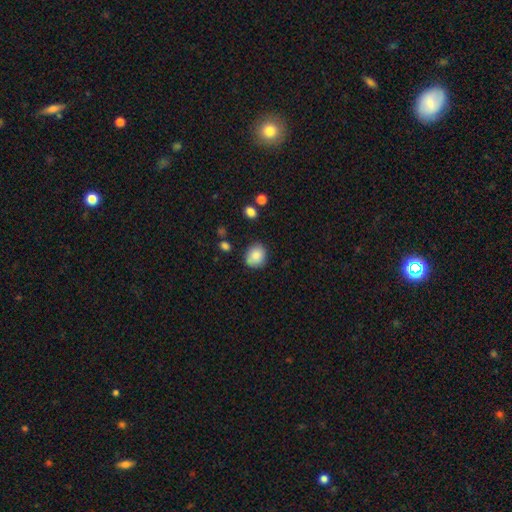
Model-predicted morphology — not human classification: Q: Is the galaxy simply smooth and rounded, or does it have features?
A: smooth — 84%.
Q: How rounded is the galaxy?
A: round — 65%.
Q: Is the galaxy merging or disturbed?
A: none — 74%.